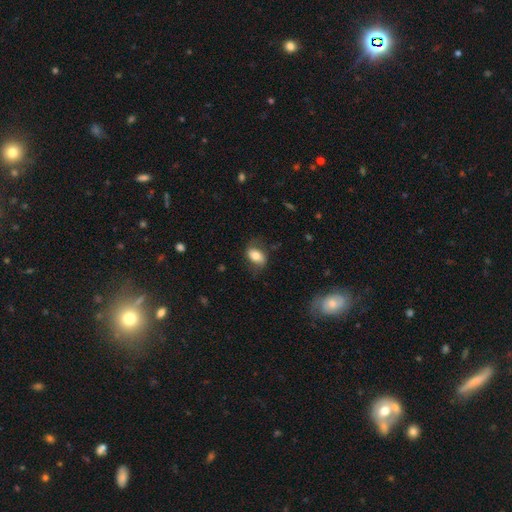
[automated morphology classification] Smooth or featured? smooth (69%)
How rounded? in between (87%)
Merging? none (69%)